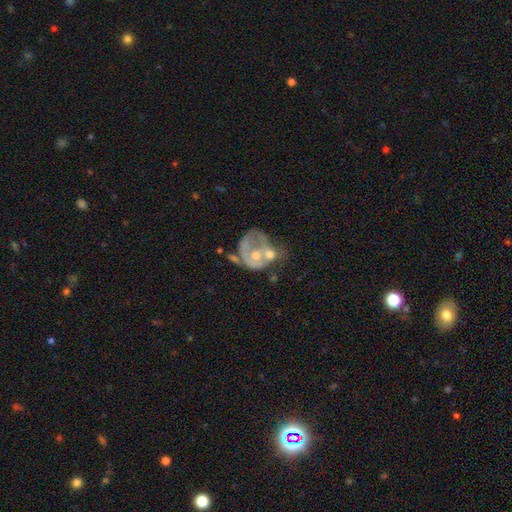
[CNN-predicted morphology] This appears to be a featured or disk galaxy (66%) with no bar (83%), no spiral arms (62%) and a moderate central bulge (55%). Merging: merger (48%).